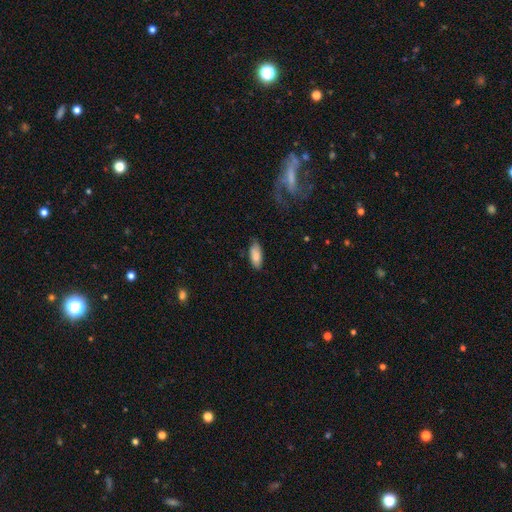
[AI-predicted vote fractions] Smooth or featured? smooth (84%)
How rounded? in between (80%)
Merging? none (74%)